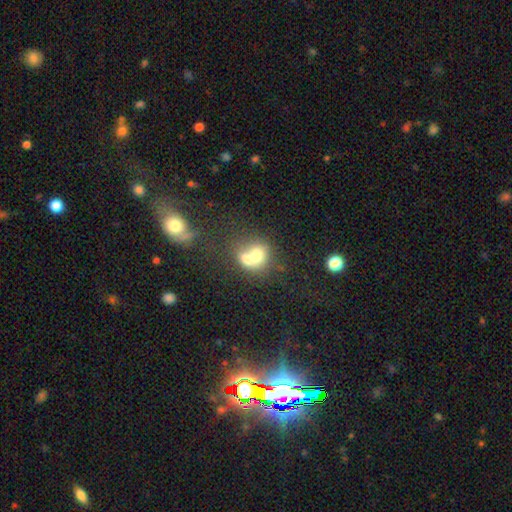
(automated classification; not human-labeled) Morphology: type=smooth (66%); roundness=round (67%); merging=merger (68%).